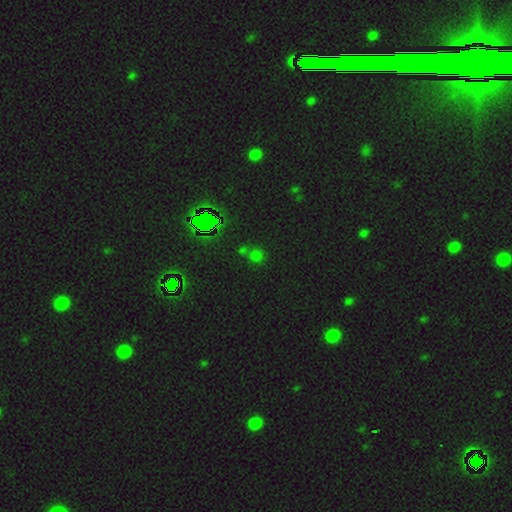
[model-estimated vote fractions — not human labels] The model was most divided on "smooth or featured": star or artifact: 53%, smooth: 40%, featured or disk: 6%.